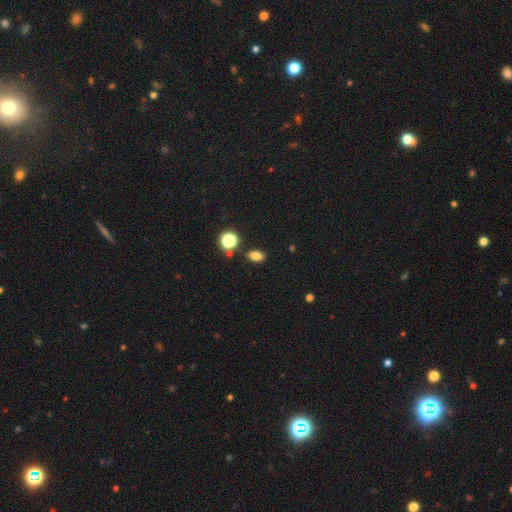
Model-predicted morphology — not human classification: This is likely a smooth galaxy (79%). How rounded: likely in between (78%). Merging: clearly none (84%).